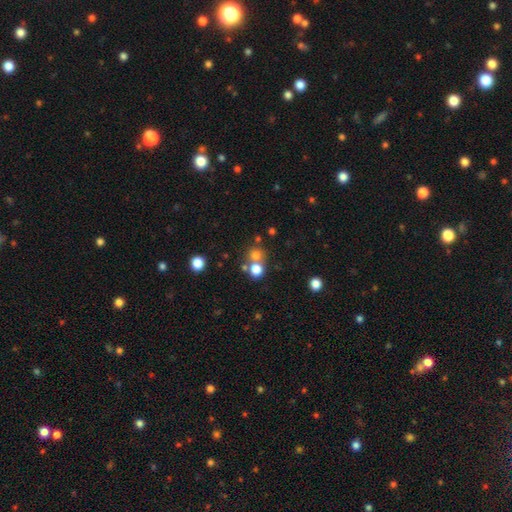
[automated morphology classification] smooth 73%, star or artifact 17%, featured or disk 10%. Down the decision tree: how rounded — round (87%); merging — none (54%).